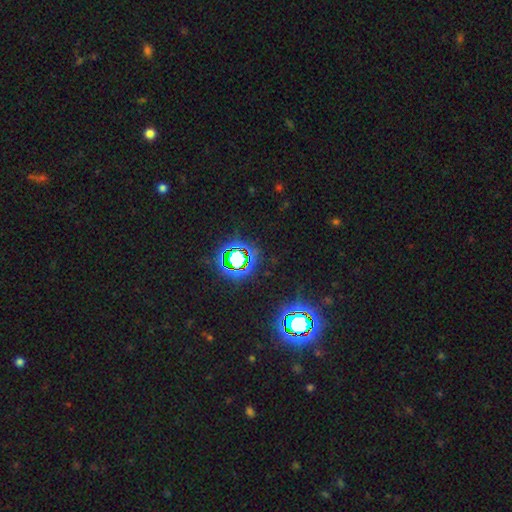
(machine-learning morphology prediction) This appears to be a star or artifact, not a galaxy (80%).